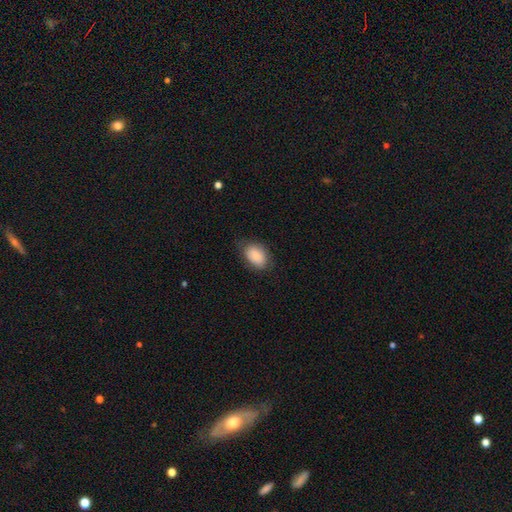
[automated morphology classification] Q: Smooth or featured?
A: smooth (88%); runner-up: star or artifact (7%)
Q: How rounded?
A: in between (86%); runner-up: round (13%)
Q: Merging?
A: none (74%); runner-up: minor disturbance (20%)